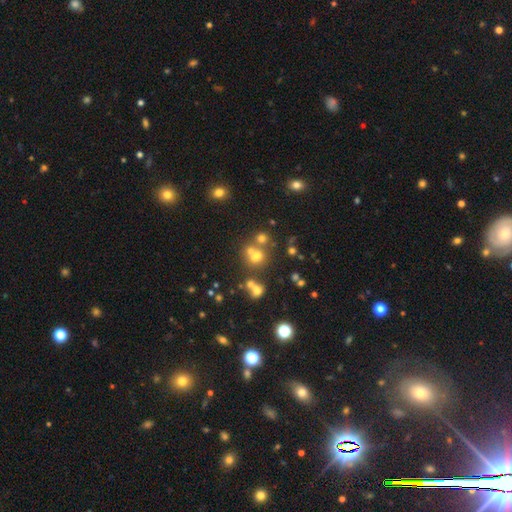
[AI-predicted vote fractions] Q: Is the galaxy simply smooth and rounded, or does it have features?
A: smooth — 56%.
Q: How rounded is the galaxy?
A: round — 77%.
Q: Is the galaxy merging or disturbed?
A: none — 47%.